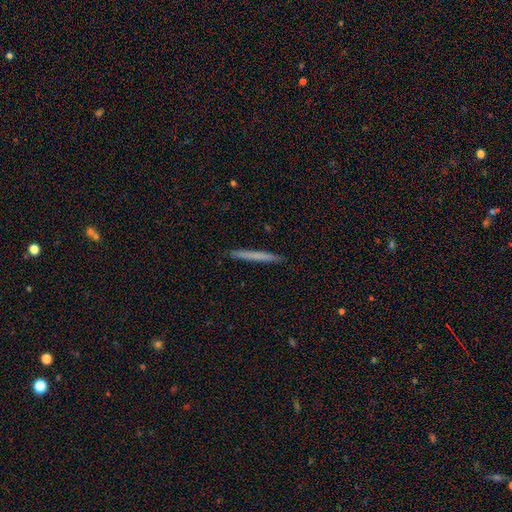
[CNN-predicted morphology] type=smooth (66%); roundness=cigar-shaped (97%); merging=none (92%).